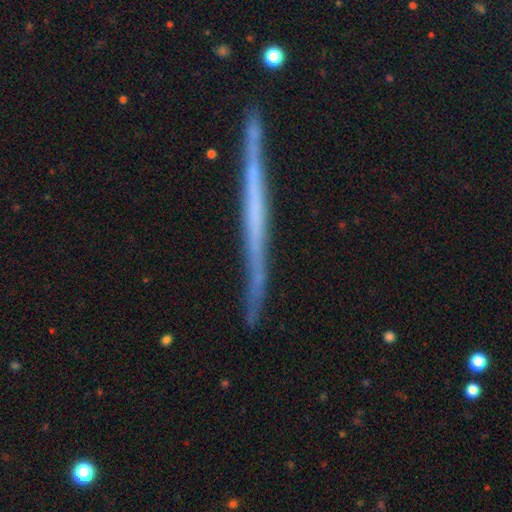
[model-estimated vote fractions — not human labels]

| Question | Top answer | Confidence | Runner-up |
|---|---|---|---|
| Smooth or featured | featured or disk | 67% | smooth (27%) |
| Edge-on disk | yes | 97% | no (3%) |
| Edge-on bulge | none | 90% | rounded (5%) |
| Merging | none | 86% | minor disturbance (11%) |